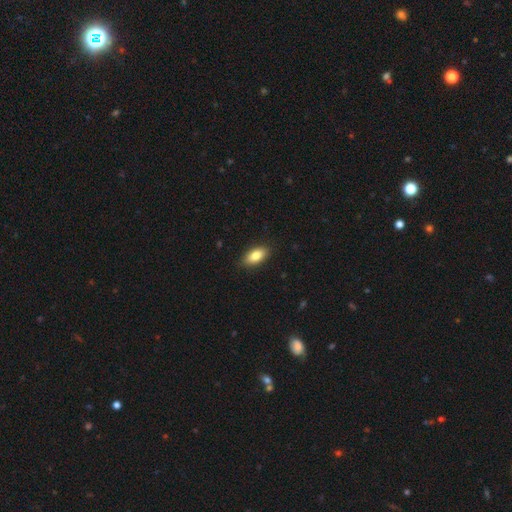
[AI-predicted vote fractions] The model was most divided on "smooth or featured": smooth: 83%, featured or disk: 10%, star or artifact: 7%. More confident: how rounded — in between (90%); merging — none (87%).